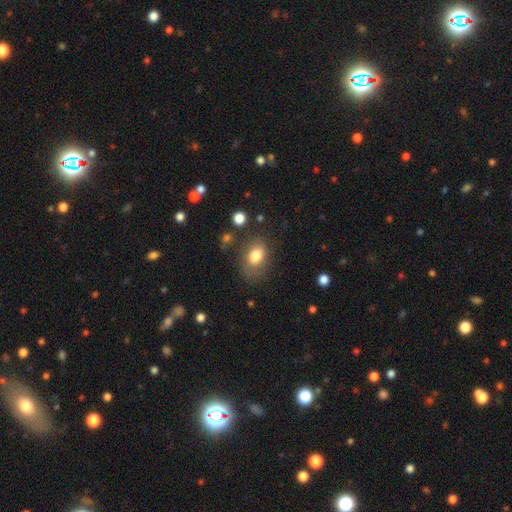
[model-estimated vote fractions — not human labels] Overall: smooth (78%). How rounded: in between (75%). Merging: none (62%; minor disturbance 22%).